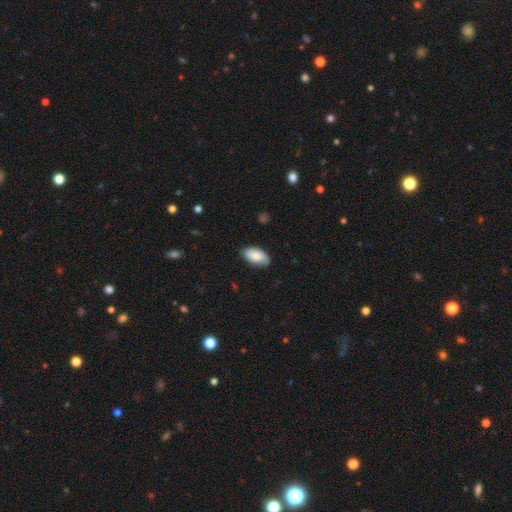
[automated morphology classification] A smooth galaxy with no disk features (80%) that is in between round and cigar-shaped (95%).

Vote fractions:
- Smooth or featured? smooth: 80% / featured or disk: 14% / star or artifact: 6%
- How rounded? in between: 95% / round: 3% / cigar-shaped: 2%
- Merging? none: 78% / minor disturbance: 18% / major disturbance: 3% / merger: 1%